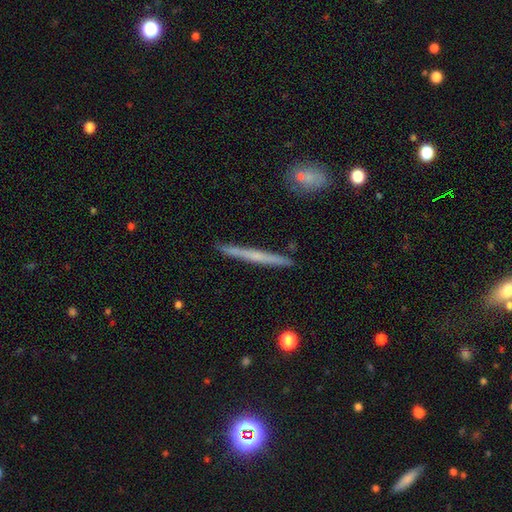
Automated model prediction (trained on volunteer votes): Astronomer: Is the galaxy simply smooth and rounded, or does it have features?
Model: featured or disk — 52% (runner-up: smooth, 41%).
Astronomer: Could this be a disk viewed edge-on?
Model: yes — 97%.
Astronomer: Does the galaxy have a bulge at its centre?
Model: none — 74%.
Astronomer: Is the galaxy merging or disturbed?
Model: none — 90%.